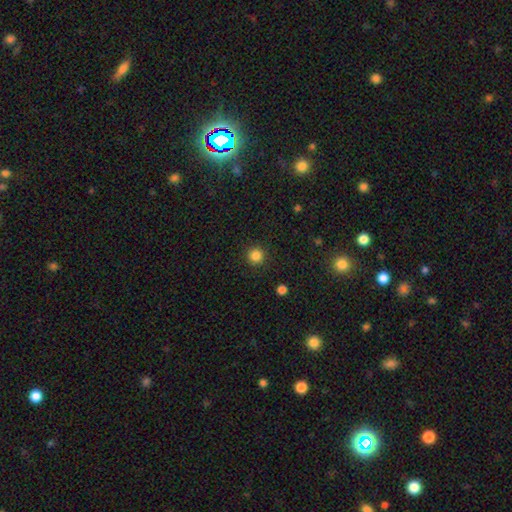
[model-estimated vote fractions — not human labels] Smooth or featured: smooth — 84% (star or artifact — 12%)
How rounded: round — 95% (in between — 4%)
Merging: none — 92% (minor disturbance — 5%)